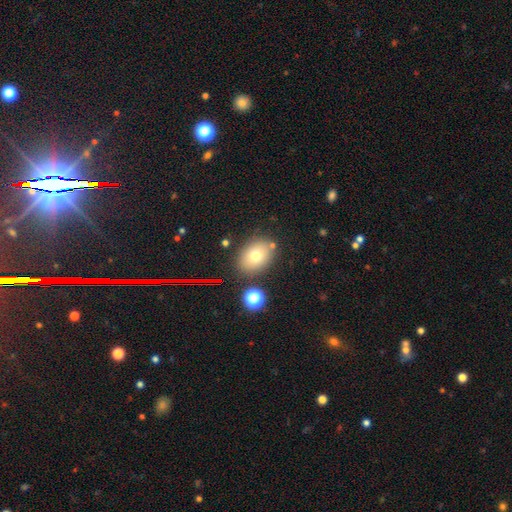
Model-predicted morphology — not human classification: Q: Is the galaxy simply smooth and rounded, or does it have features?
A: smooth — 73%.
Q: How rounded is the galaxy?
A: in between — 66%.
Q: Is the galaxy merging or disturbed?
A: none — 80%.